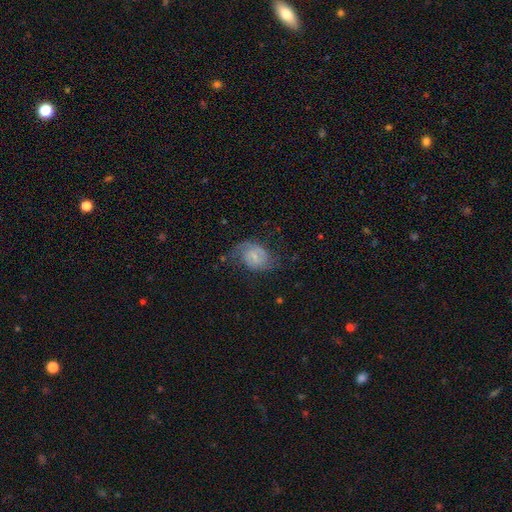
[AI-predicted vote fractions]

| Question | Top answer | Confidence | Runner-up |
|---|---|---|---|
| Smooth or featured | featured or disk | 65% | smooth (27%) |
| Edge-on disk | no | 97% | yes (3%) |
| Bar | weak | 47% | no (44%) |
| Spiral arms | yes | 88% | no (12%) |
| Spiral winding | medium | 44% | tight (34%) |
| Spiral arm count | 2 | 67% | can't tell (16%) |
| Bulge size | small | 62% | moderate (24%) |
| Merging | none | 55% | minor disturbance (25%) |